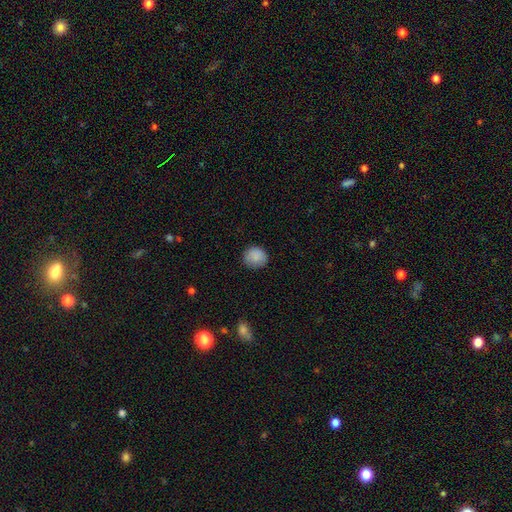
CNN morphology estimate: Smooth or featured? smooth (86%)
How rounded? round (88%)
Merging? none (82%)